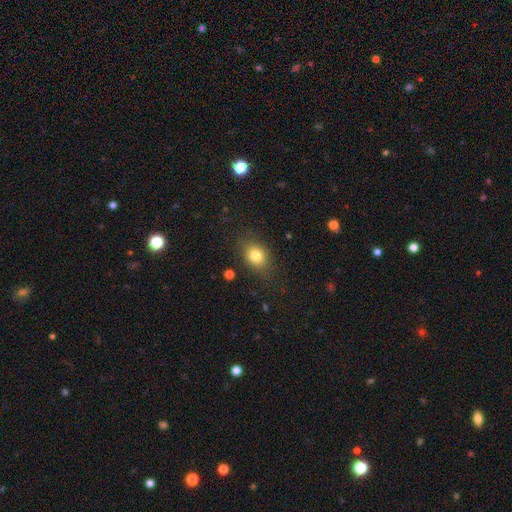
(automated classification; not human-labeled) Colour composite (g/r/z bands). It shows a smooth galaxy with no disk features (80%) that is in between round and cigar-shaped (60%). Merging: none (79%).